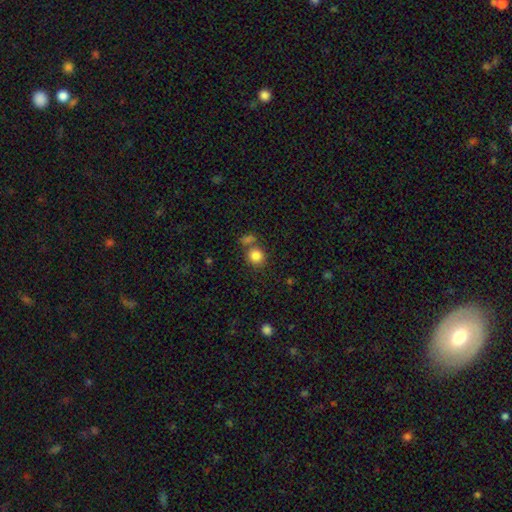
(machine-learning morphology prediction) Smooth or featured? Predicted: smooth (p=0.84). How rounded? Predicted: round (p=0.87). Merging? Predicted: none (p=0.66).